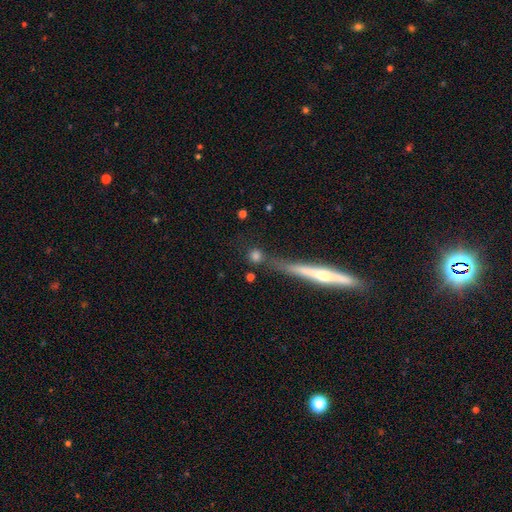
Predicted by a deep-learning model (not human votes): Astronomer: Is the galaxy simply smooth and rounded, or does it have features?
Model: smooth — 77%.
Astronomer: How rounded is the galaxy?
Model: round — 79%.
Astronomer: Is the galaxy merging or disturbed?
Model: none — 71%.